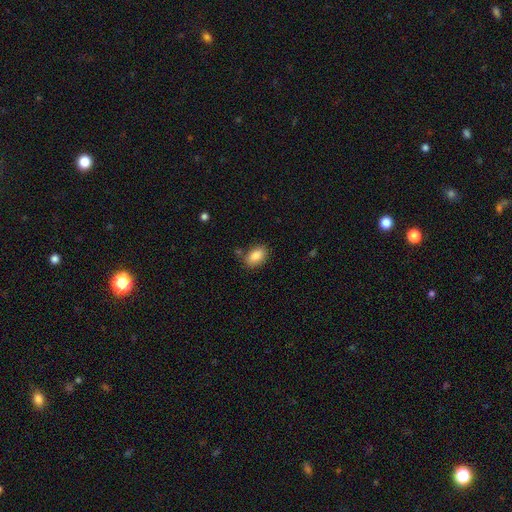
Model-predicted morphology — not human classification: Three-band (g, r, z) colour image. It shows a smooth galaxy with no disk features (86%) that is in between round and cigar-shaped (90%). Merging: none (79%).